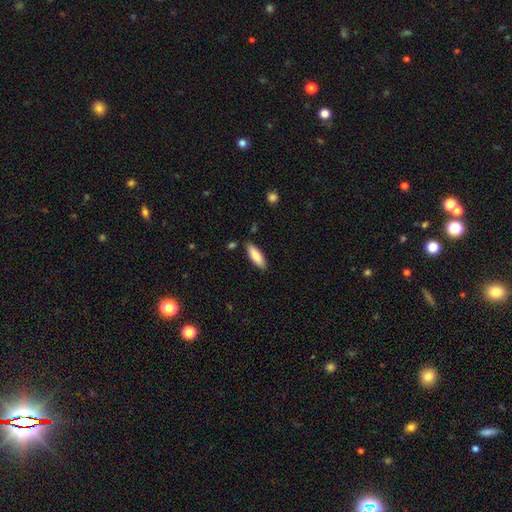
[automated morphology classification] Q: Smooth or featured?
A: smooth (84%); runner-up: featured or disk (10%)
Q: How rounded?
A: in between (54%); runner-up: cigar-shaped (45%)
Q: Merging?
A: none (85%); runner-up: minor disturbance (10%)